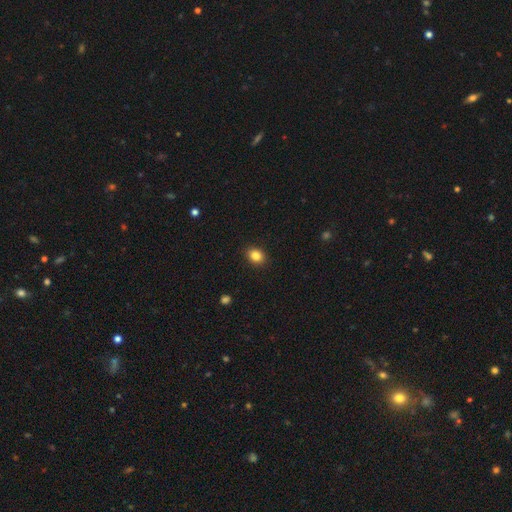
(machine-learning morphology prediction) The model was most divided on "how rounded": in between: 55%, round: 44%, cigar-shaped: 1%. More confident: merging — none (90%); smooth or featured — smooth (84%).